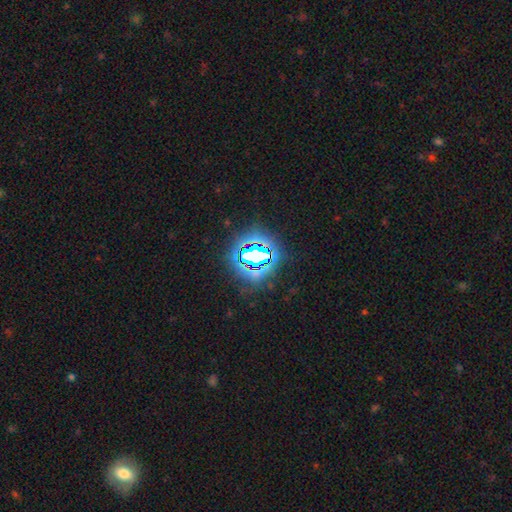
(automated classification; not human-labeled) Overall: star or artifact (75%).